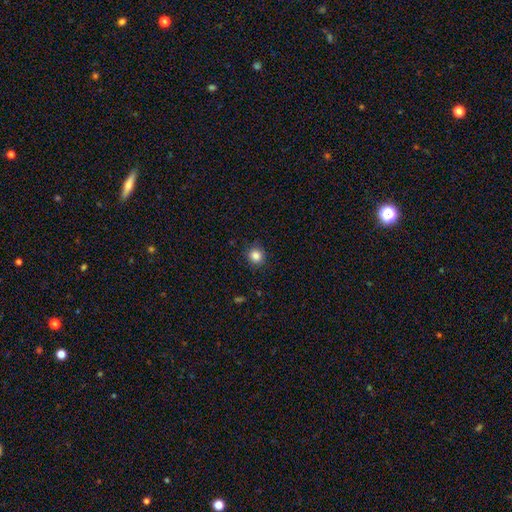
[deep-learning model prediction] smooth 85%, star or artifact 11%, featured or disk 5%. Down the decision tree: how rounded — round (88%); merging — none (88%).